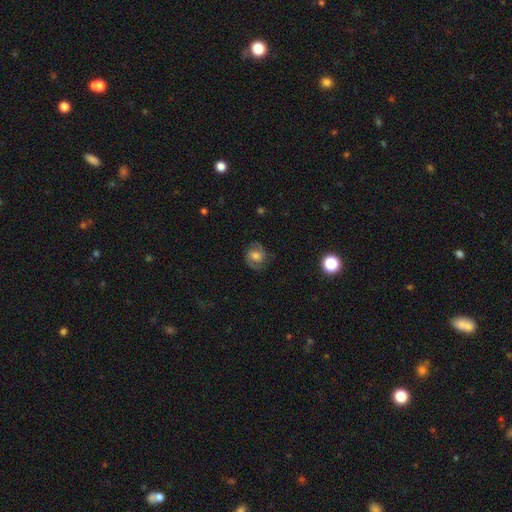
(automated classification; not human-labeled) smooth-or-featured: featured or disk: 65% | smooth: 26% | star or artifact: 10%
  disk-edge-on: no: 97% | yes: 3%
    bar: no: 48% | weak: 40% | strong: 12%
    has-spiral-arms: yes: 90% | no: 10%
      spiral-winding: medium: 49% | tight: 36% | loose: 15%
      spiral-arm-count: 2: 86% | can't tell: 7% | 1: 2% | 3: 2% | 4: 1% | more than 4: 1%
    bulge-size: moderate: 56% | small: 22% | large: 15% | none: 5% | dominant: 2%
  merging: none: 79% | minor disturbance: 14% | major disturbance: 6% | merger: 1%